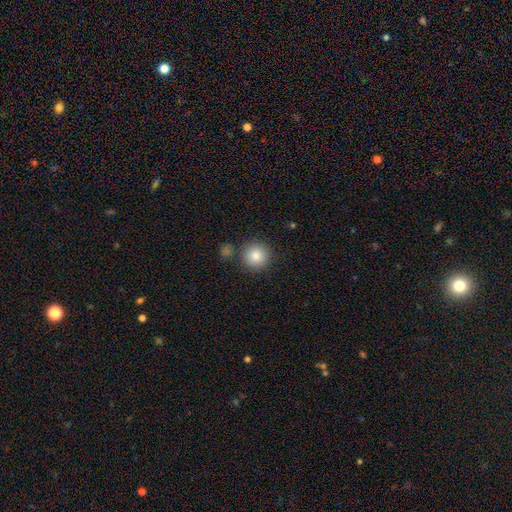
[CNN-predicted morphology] The model was most divided on "merging": none: 82%, minor disturbance: 8%, merger: 7%, major disturbance: 3%. More confident: how rounded — round (94%); smooth or featured — smooth (85%).